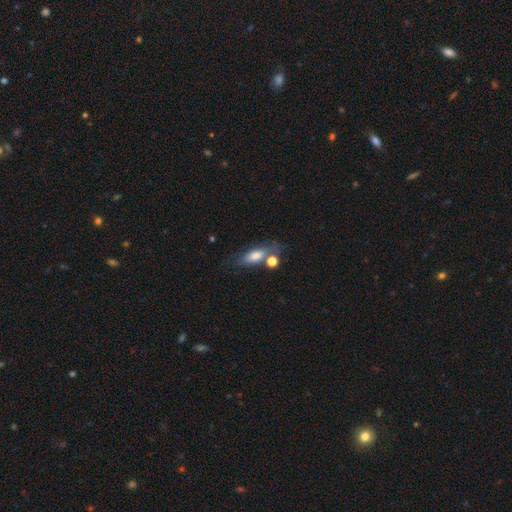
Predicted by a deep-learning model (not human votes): Overall: smooth (68%). How rounded: in between (65%; cigar-shaped 29%). Merging: none (52%; merger 20%).